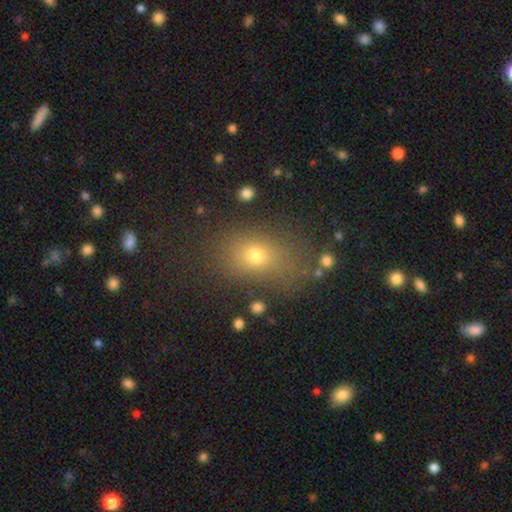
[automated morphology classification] Q: Smooth or featured?
A: smooth (71%); runner-up: star or artifact (18%)
Q: How rounded?
A: in between (67%); runner-up: round (31%)
Q: Merging?
A: none (73%); runner-up: minor disturbance (15%)